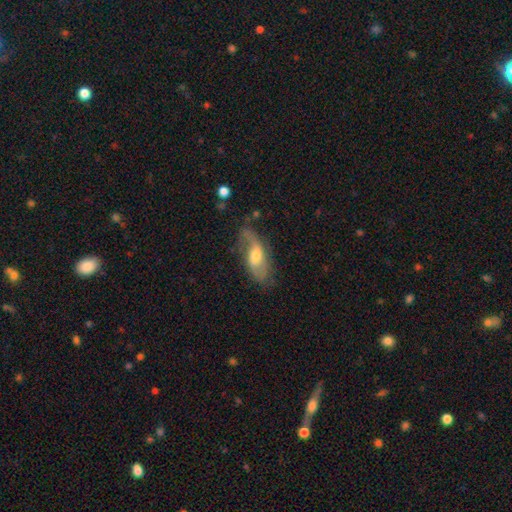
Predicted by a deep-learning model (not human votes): smooth_or_featured: featured or disk (p=0.64) [alt: smooth p=0.30]
disk_edge_on: no (p=0.87) [alt: yes p=0.13]
bar: no (p=0.45) [alt: weak p=0.42]
has_spiral_arms: yes (p=0.85) [alt: no p=0.15]
bulge_size: moderate (p=0.62) [alt: small p=0.27]
merging: none (p=0.57) [alt: minor disturbance p=0.26]